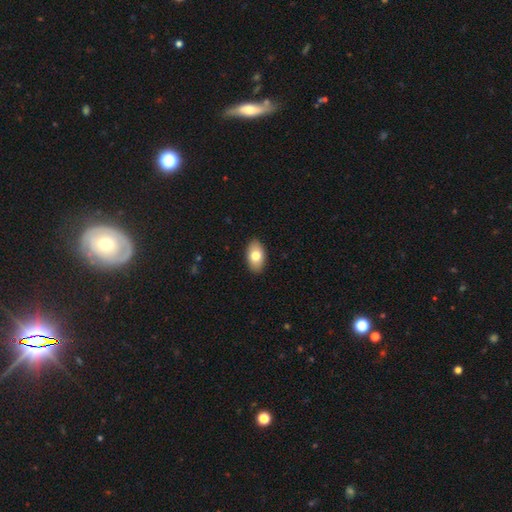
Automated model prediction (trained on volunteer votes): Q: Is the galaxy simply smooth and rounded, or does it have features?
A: smooth — 77%.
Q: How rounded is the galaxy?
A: in between — 93%.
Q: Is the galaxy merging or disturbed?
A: none — 90%.